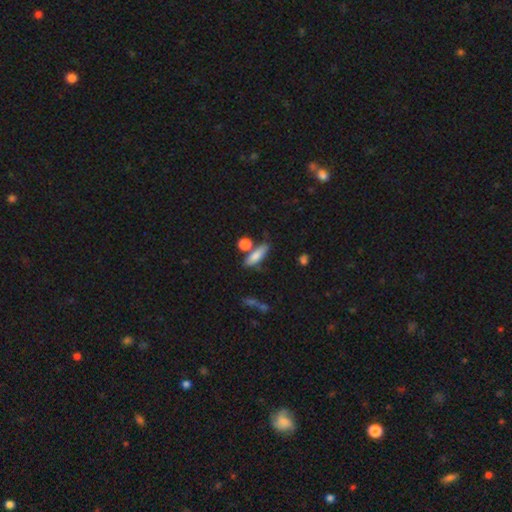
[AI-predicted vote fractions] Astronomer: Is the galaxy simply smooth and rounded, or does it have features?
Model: smooth — 78%.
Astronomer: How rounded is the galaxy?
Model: cigar-shaped — 49% (runner-up: in between, 46%).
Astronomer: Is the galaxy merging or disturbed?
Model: none — 64%.